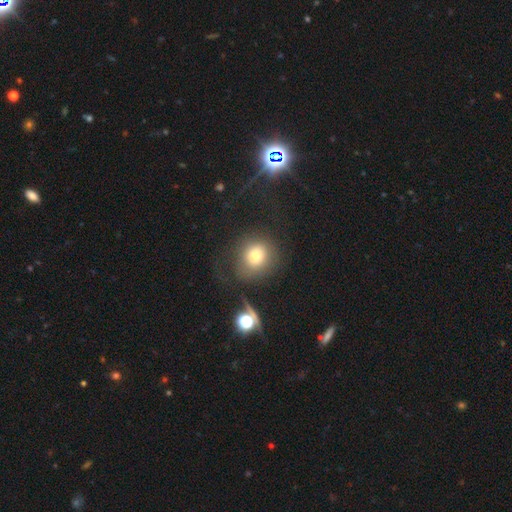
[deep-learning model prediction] Smooth or featured?
  - smooth: 71% *
  - star or artifact: 16%
  - featured or disk: 14%
How rounded?
  - round: 81% *
  - in between: 18%
  - cigar-shaped: 1%
Merging?
  - none: 62% *
  - major disturbance: 18%
  - minor disturbance: 17%
  - merger: 4%